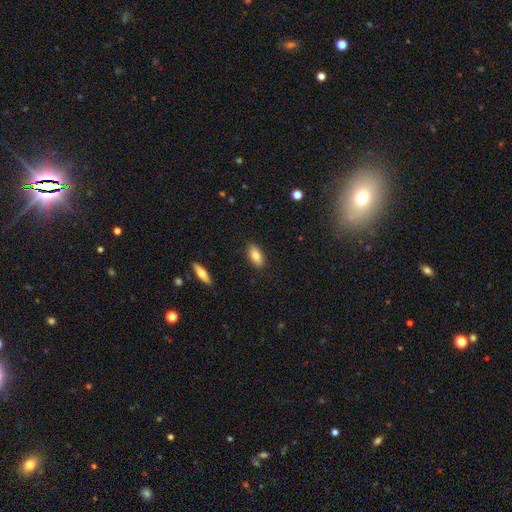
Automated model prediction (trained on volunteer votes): smooth_or_featured: smooth (p=0.81) [alt: featured or disk p=0.12]
how_rounded: in between (p=0.88) [alt: cigar-shaped p=0.09]
merging: none (p=0.87) [alt: minor disturbance p=0.09]